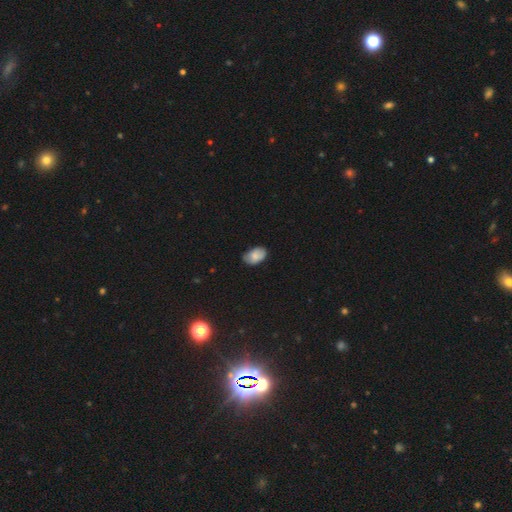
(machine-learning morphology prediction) Q: Smooth or featured?
A: smooth (81%); runner-up: featured or disk (12%)
Q: How rounded?
A: in between (91%); runner-up: round (8%)
Q: Merging?
A: none (74%); runner-up: minor disturbance (22%)